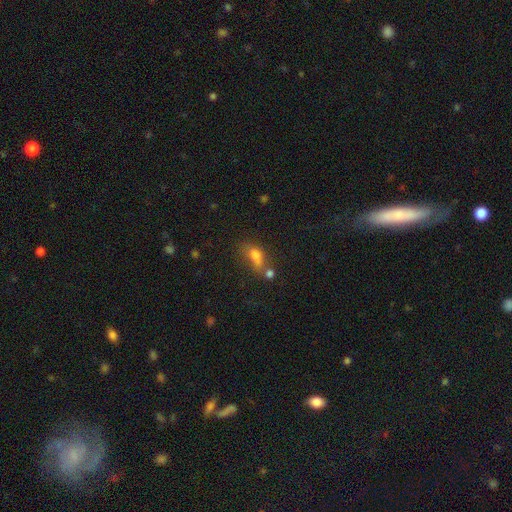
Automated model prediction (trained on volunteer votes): This appears to be a smooth galaxy with no disk features (69%) that is in between round and cigar-shaped (72%). Merging: merger (36%).